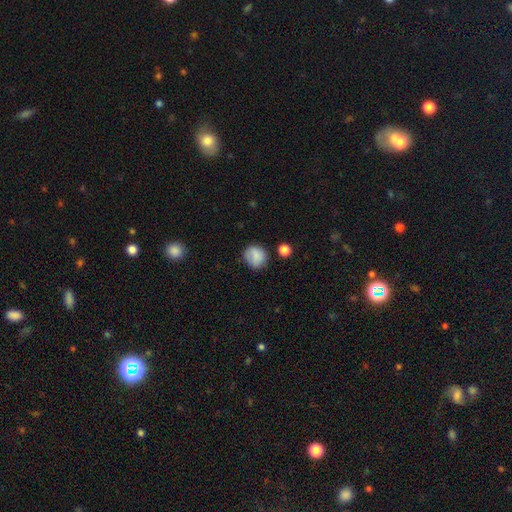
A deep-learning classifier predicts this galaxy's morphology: A smooth galaxy with no disk features (84%) that is round (80%). Merging: none (74%).